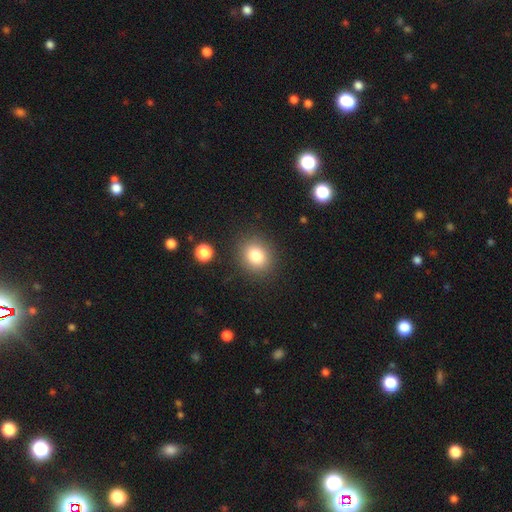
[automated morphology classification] smooth-or-featured: smooth: 81% | star or artifact: 11% | featured or disk: 8%
  how-rounded: round: 74% | in between: 26% | cigar-shaped: 1%
  merging: none: 87% | minor disturbance: 8% | major disturbance: 3% | merger: 2%